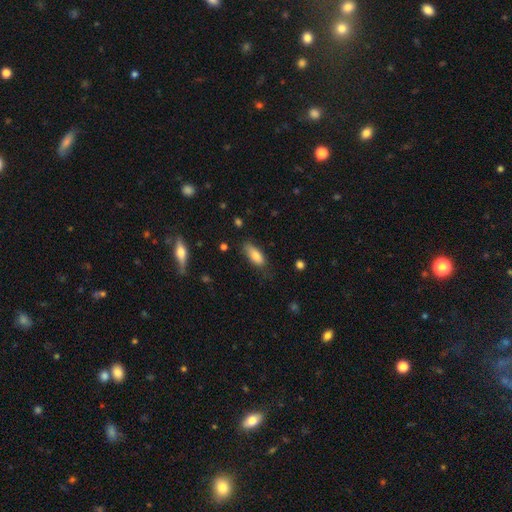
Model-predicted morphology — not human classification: Smooth or featured? smooth (81%)
How rounded? in between (76%)
Merging? none (68%)